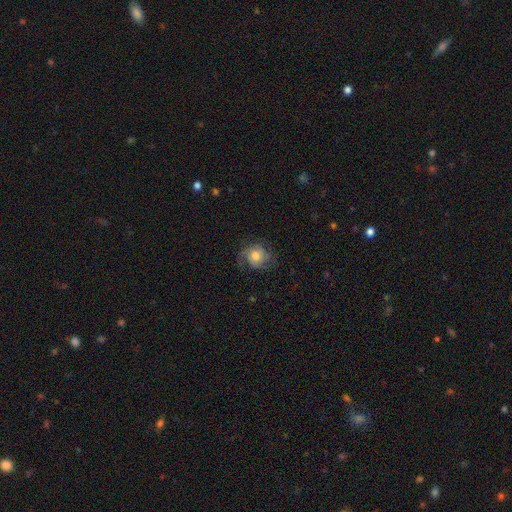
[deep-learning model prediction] The model was most divided on "spiral winding" (2-way tie): medium: 41%, tight: 41%, loose: 19%. Remaining: edge-on disk — no (97%); spiral arms — yes (92%); bar — no (77%); merging — none (68%); smooth or featured — featured or disk (65%); bulge size — moderate (62%); spiral arm count — 3 (29%).